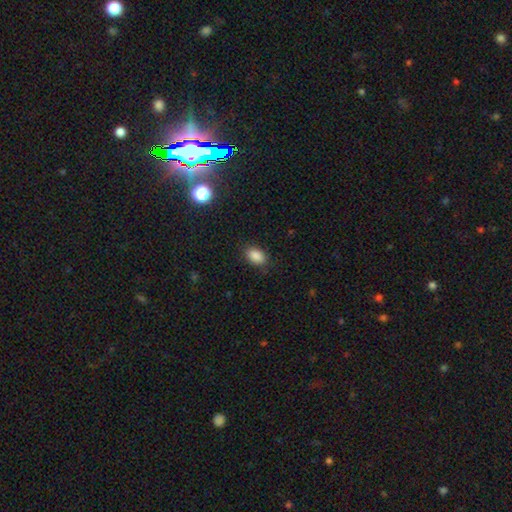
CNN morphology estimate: This appears to be a smooth galaxy with no disk features (87%) that is in between round and cigar-shaped (85%). Merging: none (84%).